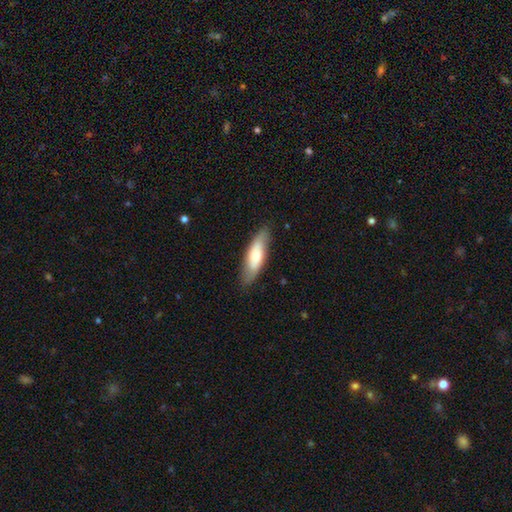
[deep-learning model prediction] smooth-or-featured: smooth: 62% | featured or disk: 32% | star or artifact: 5%
  how-rounded: in between: 57% | cigar-shaped: 41% | round: 2%
  merging: none: 84% | minor disturbance: 13% | major disturbance: 3% | merger: 1%